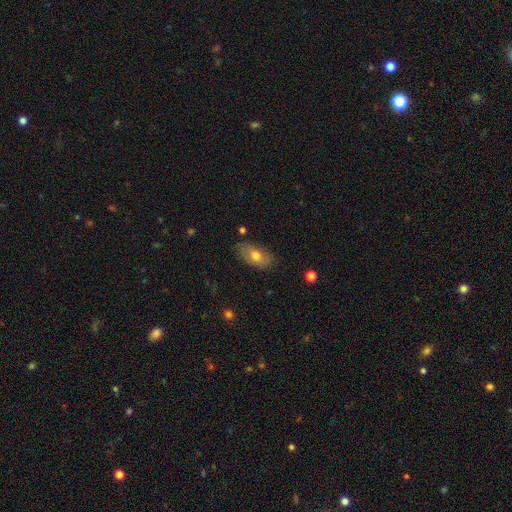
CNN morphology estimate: Smooth or featured: smooth — 64% (featured or disk — 27%)
How rounded: in between — 91% (round — 5%)
Merging: none — 78% (minor disturbance — 17%)